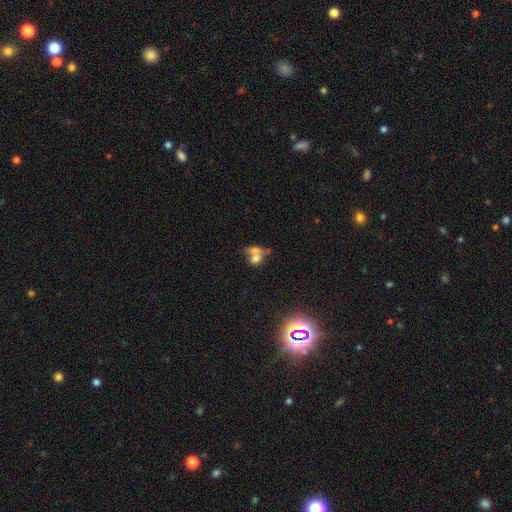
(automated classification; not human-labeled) The model was most divided on "how rounded": in between: 59%, round: 37%, cigar-shaped: 4%. More confident: merging — merger (65%); smooth or featured — smooth (63%).